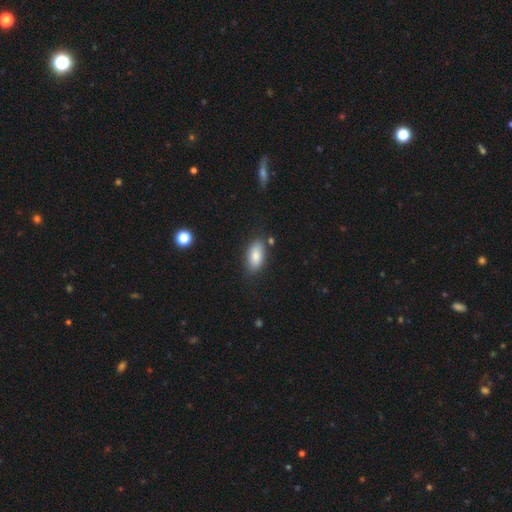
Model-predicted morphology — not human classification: This appears to be a smooth galaxy with no disk features (83%) that is in between round and cigar-shaped (91%). Merging: none (78%).